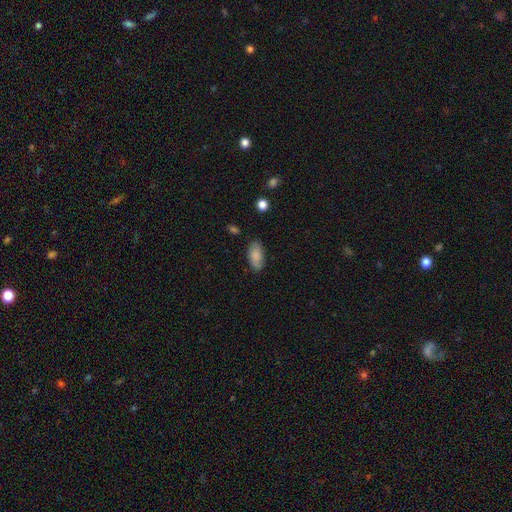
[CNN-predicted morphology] smooth 78%, featured or disk 14%, star or artifact 8%. Down the decision tree: how rounded — in between (92%); merging — none (77%).